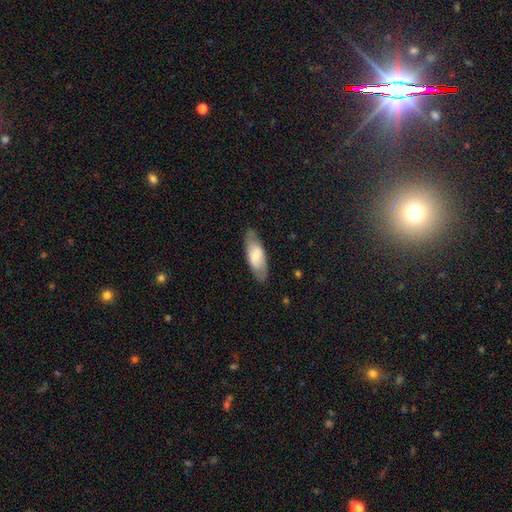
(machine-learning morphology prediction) A smooth galaxy with no disk features (62%) that is in between round and cigar-shaped (70%). Merging: none (83%).